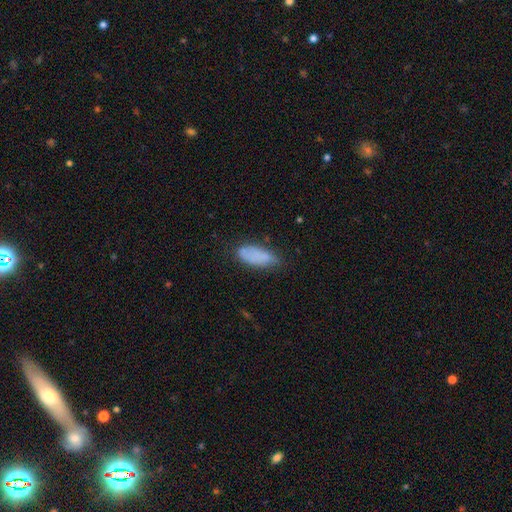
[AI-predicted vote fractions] The model was most divided on "merging": none: 57%, minor disturbance: 29%, major disturbance: 10%, merger: 3%. More confident: how rounded — in between (83%); smooth or featured — smooth (77%).